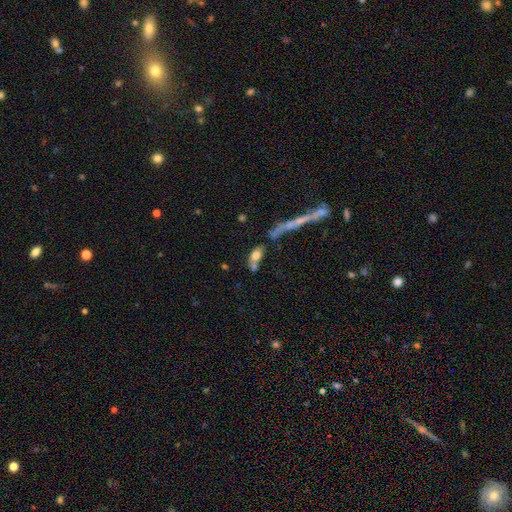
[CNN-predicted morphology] smooth_or_featured: smooth (p=0.68) [alt: featured or disk p=0.23]
how_rounded: in between (p=0.76) [alt: cigar-shaped p=0.17]
merging: none (p=0.37) [tied with: merger p=0.37]